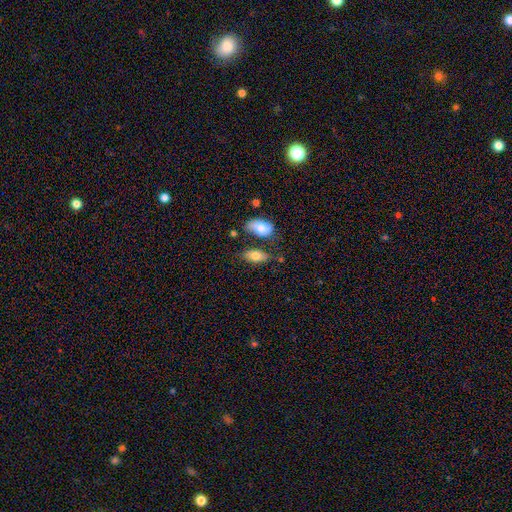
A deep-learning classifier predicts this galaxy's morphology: smooth_or_featured: smooth (p=0.77) [alt: featured or disk p=0.16]
how_rounded: in between (p=0.89) [alt: cigar-shaped p=0.07]
merging: none (p=0.63) [alt: minor disturbance p=0.17]